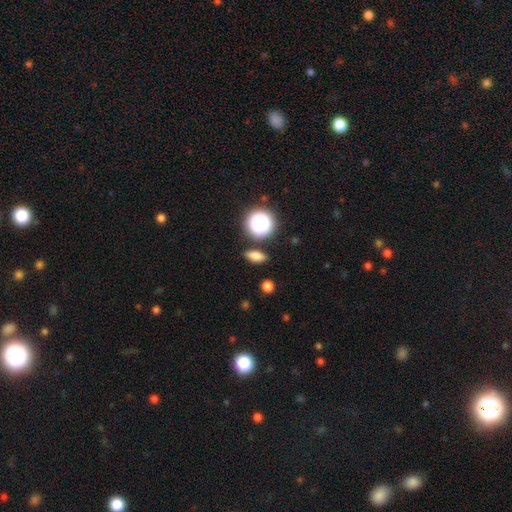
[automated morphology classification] smooth 74%, star or artifact 16%, featured or disk 10%. Down the decision tree: how rounded — in between (67%); merging — none (85%).